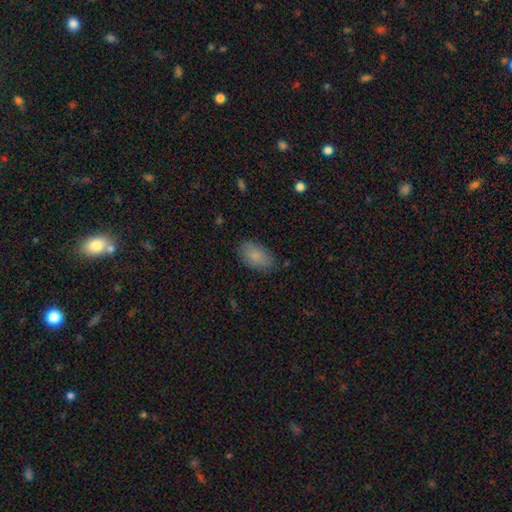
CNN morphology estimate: type=smooth (86%); roundness=in between (93%); merging=none (80%).